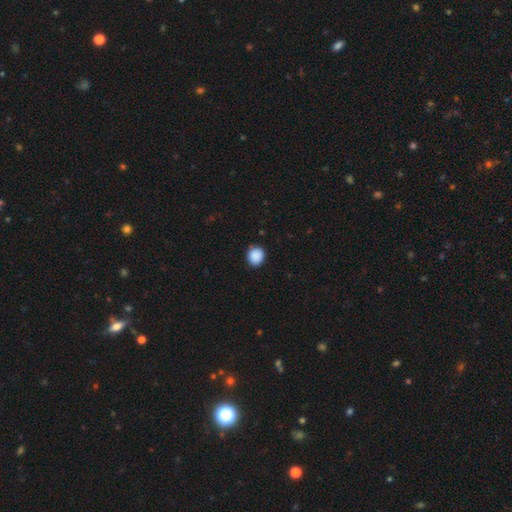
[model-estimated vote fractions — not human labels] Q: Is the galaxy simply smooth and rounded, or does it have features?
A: smooth — 89%.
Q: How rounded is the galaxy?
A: round — 79%.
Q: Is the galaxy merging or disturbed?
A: none — 87%.